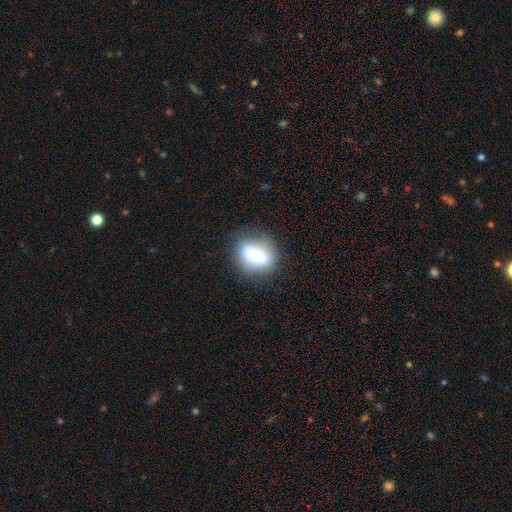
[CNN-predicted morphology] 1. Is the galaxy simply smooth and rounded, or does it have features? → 70% smooth, 21% featured or disk, 9% star or artifact.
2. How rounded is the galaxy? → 56% in between, 39% round, 4% cigar-shaped.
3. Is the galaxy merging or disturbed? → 77% none, 16% minor disturbance, 6% major disturbance, 2% merger.